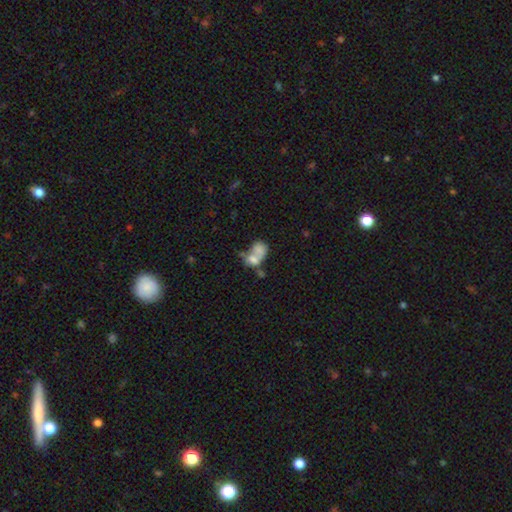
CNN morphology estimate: This appears to be a smooth galaxy with no disk features (66%) that is in between round and cigar-shaped (68%). Merging: merger (67%).